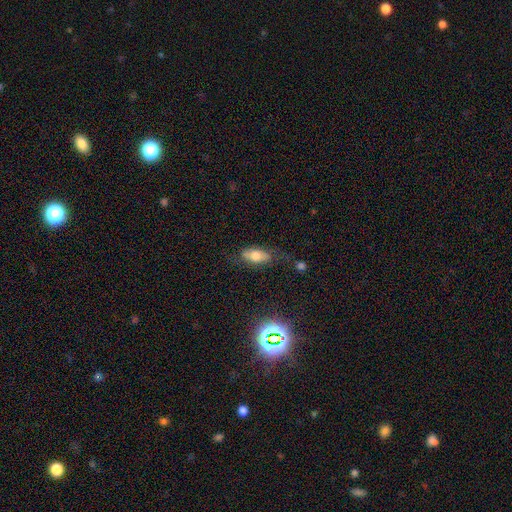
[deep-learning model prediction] A smooth galaxy with no disk features (64%) that is in between round and cigar-shaped (80%). Merging: none (62%).